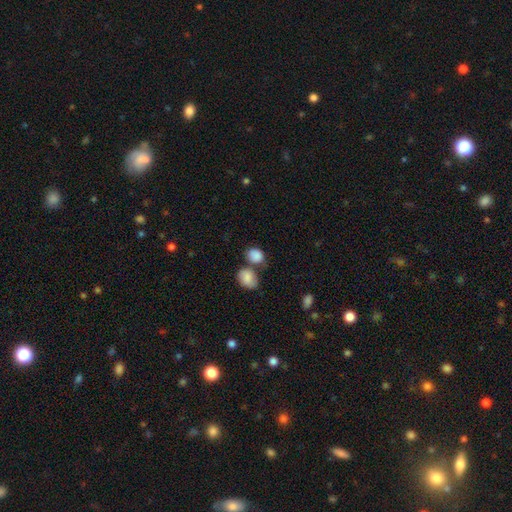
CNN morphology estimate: This is clearly a smooth galaxy (85%). How rounded: possibly in between (53%). Merging: marginally none (42%).